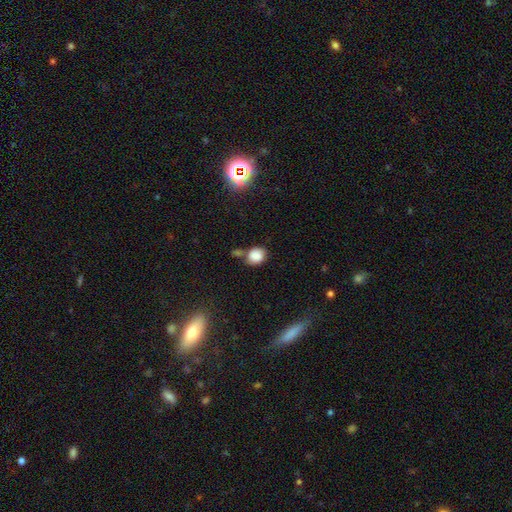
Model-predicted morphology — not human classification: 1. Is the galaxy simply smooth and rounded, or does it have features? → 84% smooth, 10% star or artifact, 6% featured or disk.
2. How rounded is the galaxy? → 62% round, 37% in between, 1% cigar-shaped.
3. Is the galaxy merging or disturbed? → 54% none, 22% merger, 18% minor disturbance, 6% major disturbance.